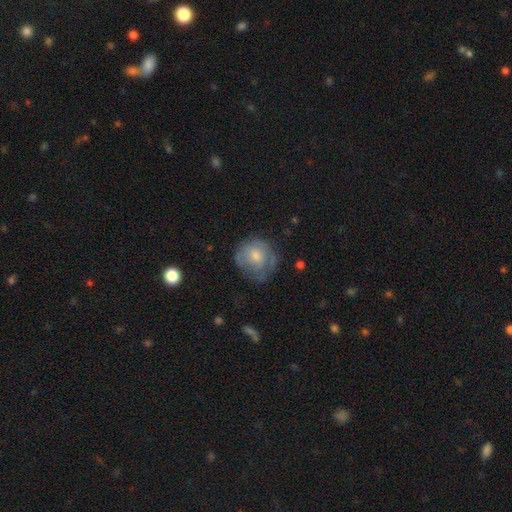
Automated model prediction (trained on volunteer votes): This is possibly a smooth galaxy (58%). How rounded: likely round (80%). Merging: possibly none (50%).